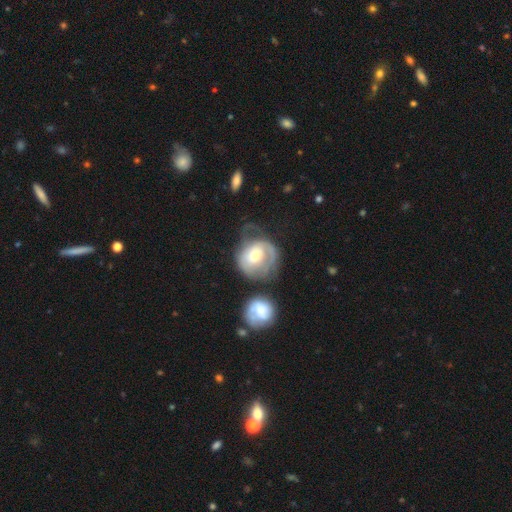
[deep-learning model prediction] Q: Smooth or featured?
A: featured or disk (60%); runner-up: smooth (33%)
Q: Edge-on disk?
A: no (97%); runner-up: yes (3%)
Q: Bar?
A: no (67%); runner-up: weak (26%)
Q: Spiral arms?
A: yes (75%); runner-up: no (25%)
Q: Bulge size?
A: moderate (63%); runner-up: small (26%)
Q: Merging?
A: none (34%); runner-up: major disturbance (30%)